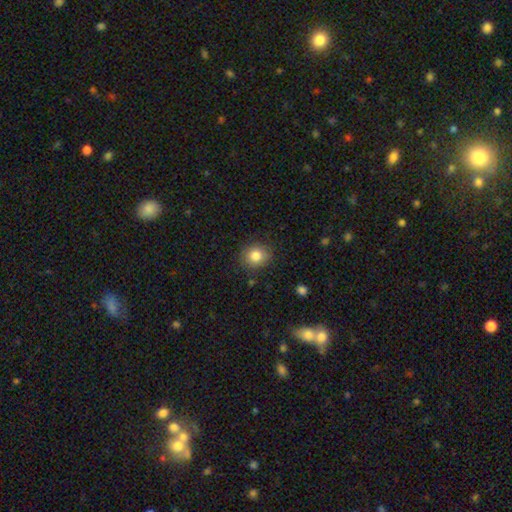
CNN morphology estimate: smooth 82%, star or artifact 10%, featured or disk 8%. Down the decision tree: how rounded — round (78%); merging — none (85%).